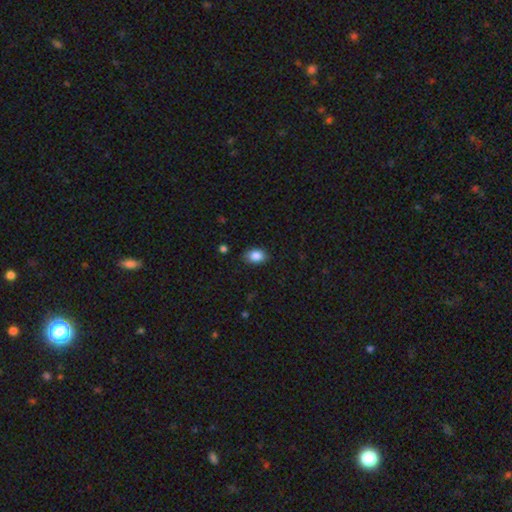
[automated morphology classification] smooth 87%, star or artifact 8%, featured or disk 5%. Down the decision tree: how rounded — in between (83%); merging — none (85%).